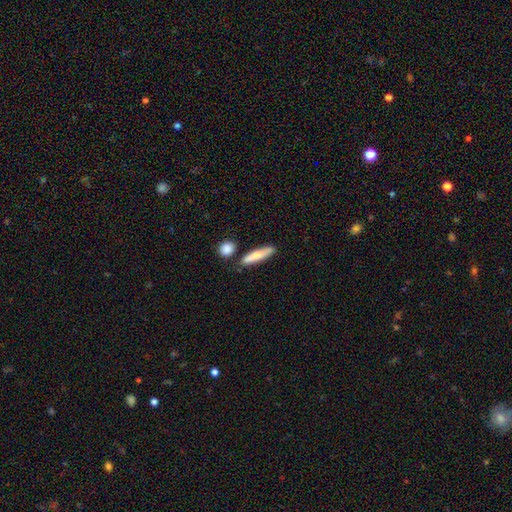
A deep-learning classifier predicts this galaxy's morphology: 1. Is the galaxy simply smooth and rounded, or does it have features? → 72% smooth, 22% featured or disk, 6% star or artifact.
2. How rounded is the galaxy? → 79% cigar-shaped, 18% in between, 3% round.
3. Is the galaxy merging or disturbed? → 76% none, 13% minor disturbance, 8% merger, 3% major disturbance.